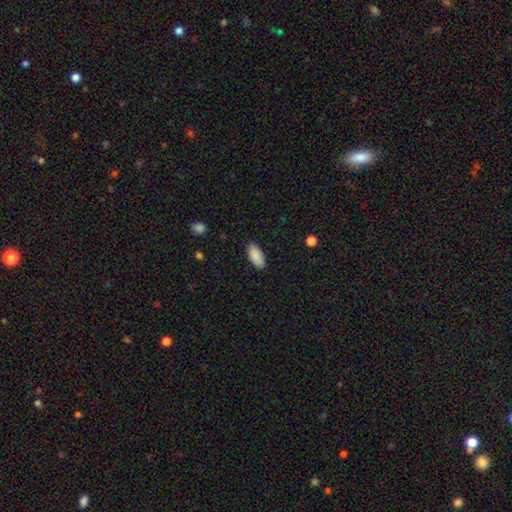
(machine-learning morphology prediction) Smooth or featured: smooth — 90% (star or artifact — 6%)
How rounded: in between — 92% (cigar-shaped — 6%)
Merging: none — 87% (minor disturbance — 10%)